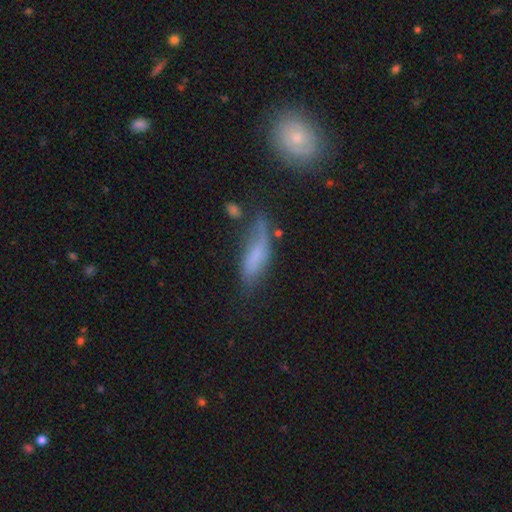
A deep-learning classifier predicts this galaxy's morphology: The model was most divided on "how rounded": in between: 52%, cigar-shaped: 45%, round: 3%. Remaining: smooth or featured — smooth (53%); merging — none (39%).